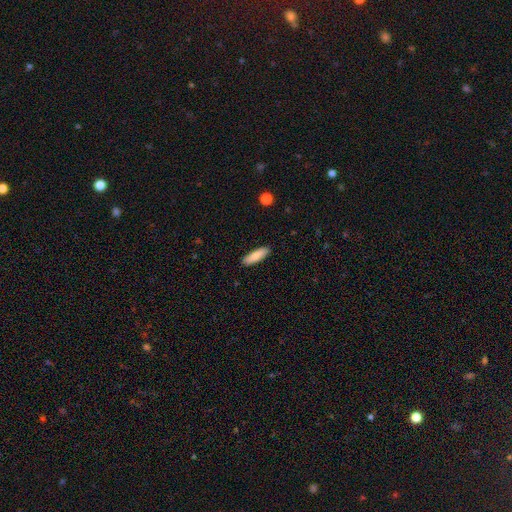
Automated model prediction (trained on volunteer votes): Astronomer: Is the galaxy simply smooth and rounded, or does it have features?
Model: smooth — 83%.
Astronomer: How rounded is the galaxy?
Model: cigar-shaped — 51% (runner-up: in between, 48%).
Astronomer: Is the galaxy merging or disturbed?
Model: none — 90%.